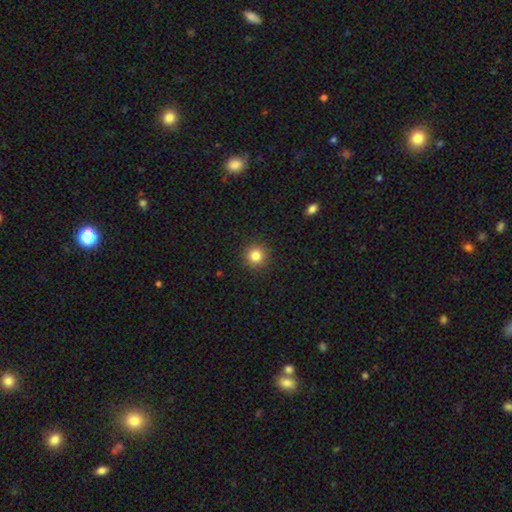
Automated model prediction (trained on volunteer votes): smooth_or_featured: smooth (p=0.83) [alt: star or artifact p=0.12]
how_rounded: round (p=0.95) [alt: in between p=0.04]
merging: none (p=0.92) [alt: minor disturbance p=0.05]